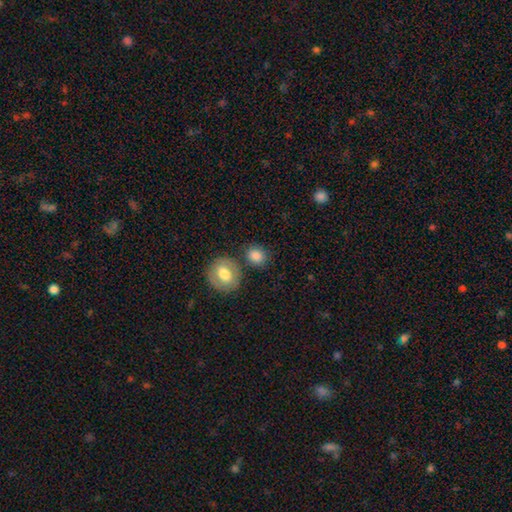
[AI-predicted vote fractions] Smooth or featured? smooth (83%)
How rounded? round (68%)
Merging? none (69%)